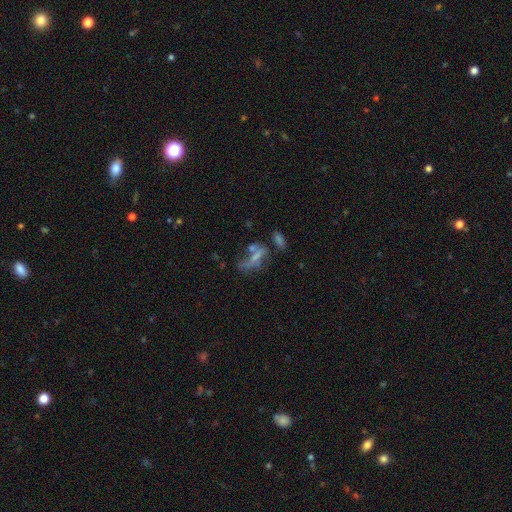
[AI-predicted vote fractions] smooth_or_featured: smooth (p=0.48) [alt: featured or disk p=0.34]
merging: merger (p=0.30) [alt: none p=0.28]